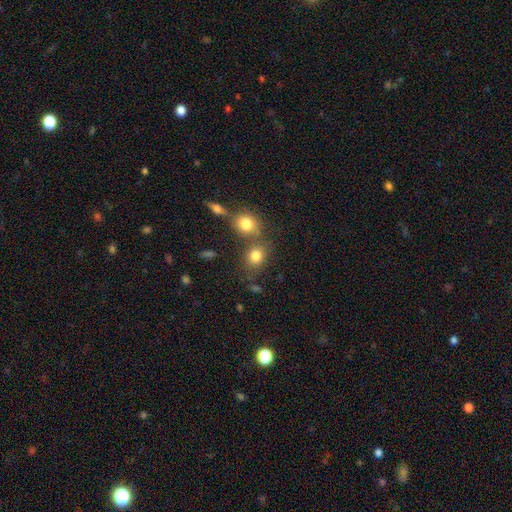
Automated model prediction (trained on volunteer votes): Smooth or featured: smooth — 80% (star or artifact — 12%)
How rounded: round — 61% (in between — 38%)
Merging: none — 57% (merger — 27%)